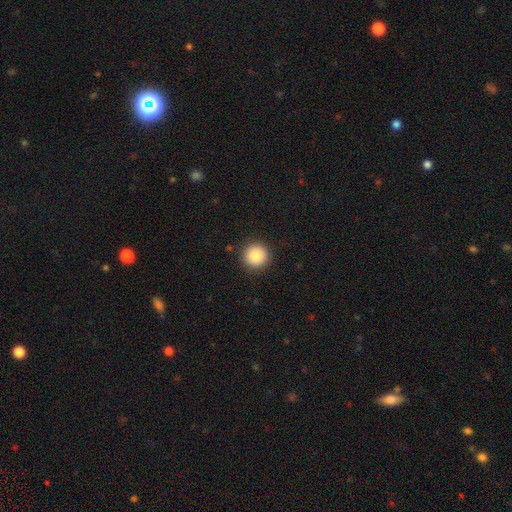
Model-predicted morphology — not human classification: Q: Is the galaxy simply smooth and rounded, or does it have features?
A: smooth — 86%.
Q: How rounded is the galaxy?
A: round — 96%.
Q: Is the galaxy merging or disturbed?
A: none — 92%.